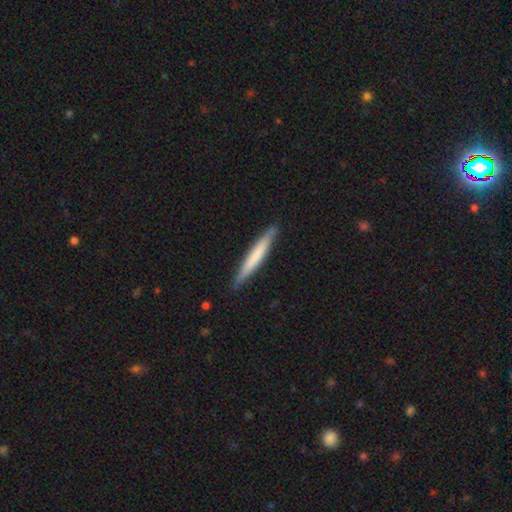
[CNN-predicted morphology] Smooth or featured?
  - smooth: 63% *
  - featured or disk: 32%
  - star or artifact: 5%
How rounded?
  - cigar-shaped: 96% *
  - in between: 3%
  - round: 1%
Merging?
  - none: 89% *
  - minor disturbance: 8%
  - major disturbance: 1%
  - merger: 1%